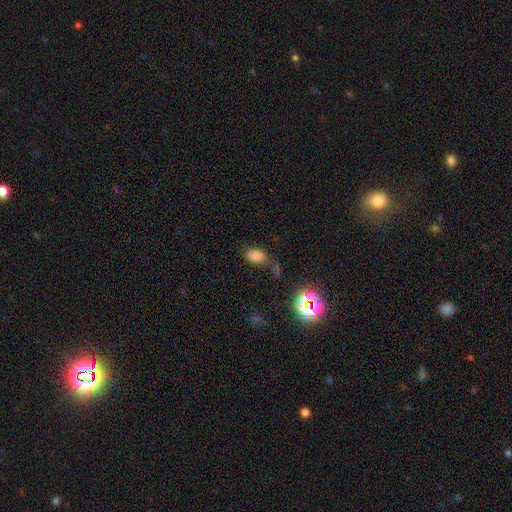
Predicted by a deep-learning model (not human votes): Smooth or featured?
  - smooth: 73% *
  - star or artifact: 20%
  - featured or disk: 7%
How rounded?
  - in between: 90% *
  - round: 8%
  - cigar-shaped: 2%
Merging?
  - none: 52% *
  - minor disturbance: 21%
  - merger: 15%
  - major disturbance: 12%